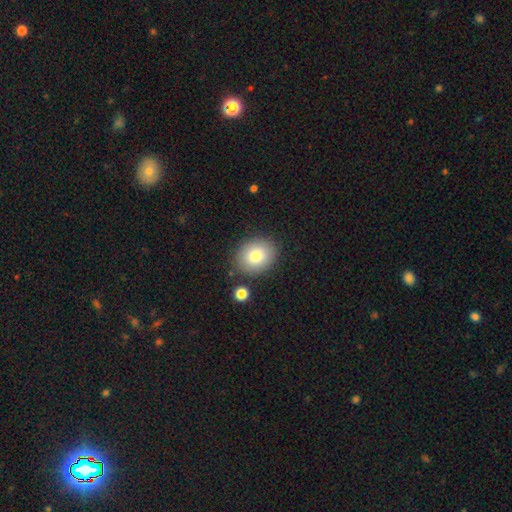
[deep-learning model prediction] Overall: smooth (80%). How rounded: round (53%; in between 46%). Merging: none (83%).